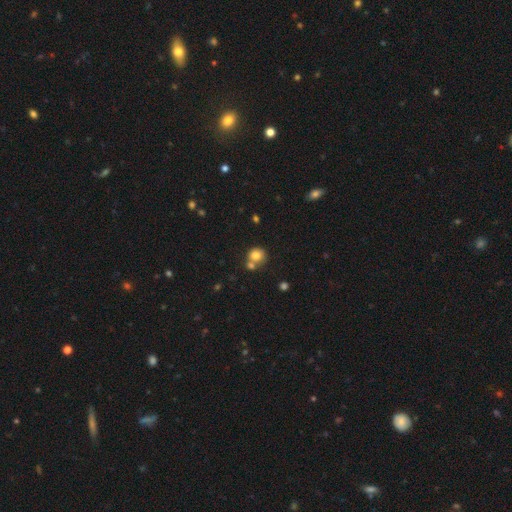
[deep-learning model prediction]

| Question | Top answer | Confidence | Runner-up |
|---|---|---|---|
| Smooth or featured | smooth | 79% | star or artifact (11%) |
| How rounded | round | 84% | in between (15%) |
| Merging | none | 53% | merger (35%) |